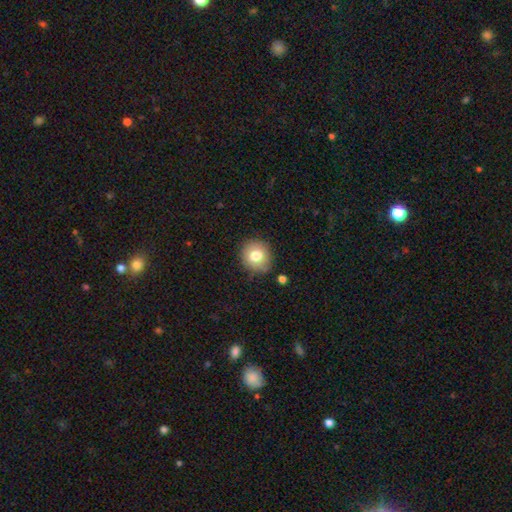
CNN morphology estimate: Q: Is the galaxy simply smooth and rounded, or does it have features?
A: smooth — 77%.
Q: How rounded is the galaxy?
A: round — 85%.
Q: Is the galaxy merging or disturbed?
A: none — 84%.